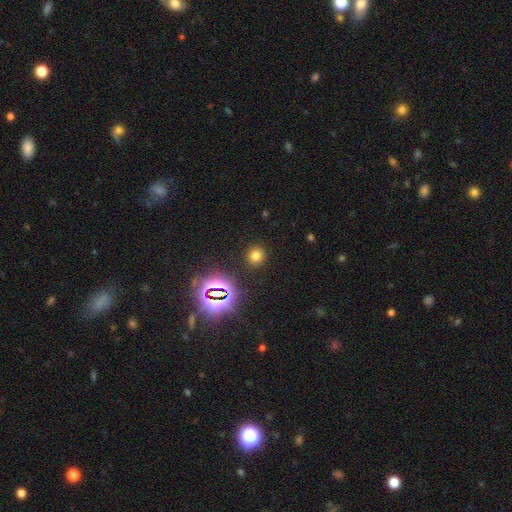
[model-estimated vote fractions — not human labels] smooth-or-featured: smooth: 70% | star or artifact: 24% | featured or disk: 7%
  how-rounded: round: 86% | in between: 13% | cigar-shaped: 1%
  merging: none: 89% | minor disturbance: 7% | major disturbance: 3% | merger: 2%